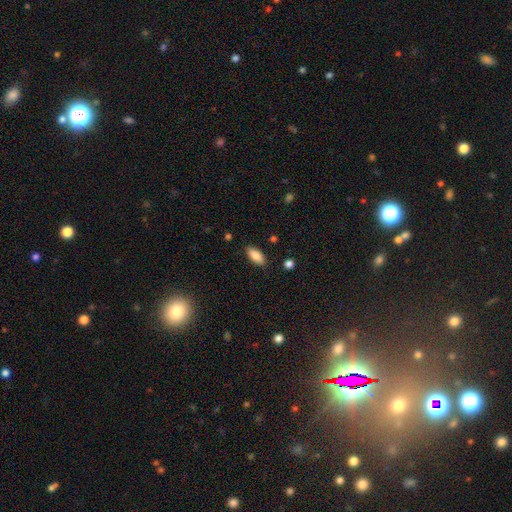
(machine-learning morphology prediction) Smooth or featured? smooth (86%)
How rounded? in between (84%)
Merging? none (86%)